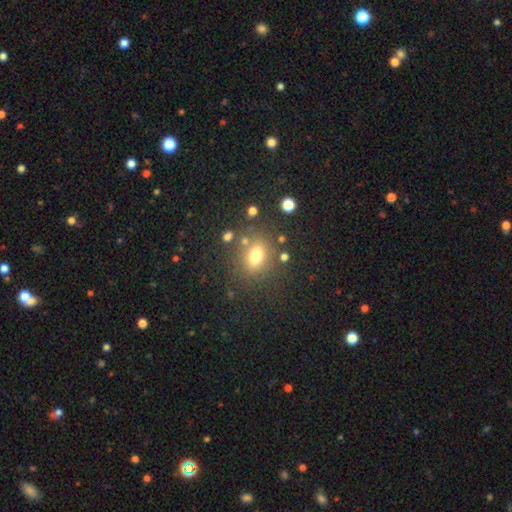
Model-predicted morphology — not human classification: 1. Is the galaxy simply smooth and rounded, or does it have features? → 73% smooth, 15% star or artifact, 12% featured or disk.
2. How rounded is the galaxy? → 60% in between, 38% round, 2% cigar-shaped.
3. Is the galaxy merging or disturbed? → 75% none, 12% minor disturbance, 7% merger, 6% major disturbance.